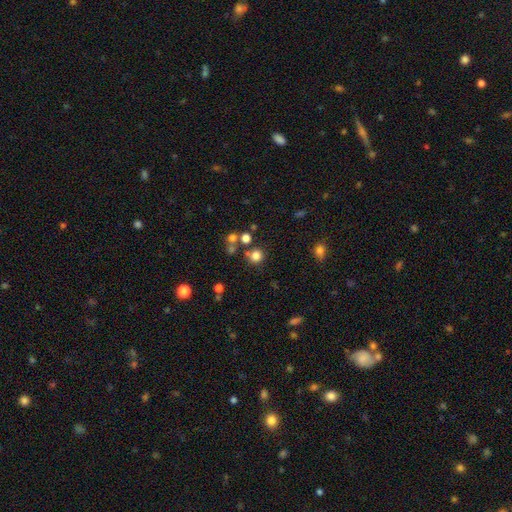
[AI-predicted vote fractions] smooth_or_featured: smooth (p=0.77) [alt: star or artifact p=0.16]
how_rounded: round (p=0.92) [alt: in between p=0.07]
merging: none (p=0.76) [alt: merger p=0.12]